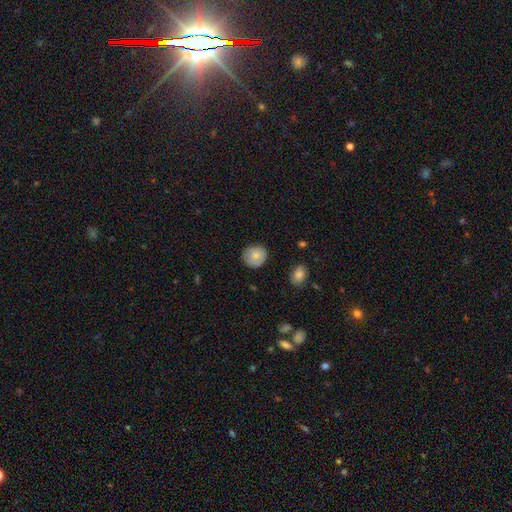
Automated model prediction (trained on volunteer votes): Smooth or featured? Predicted: smooth (p=0.81). How rounded? Predicted: round (p=0.87). Merging? Predicted: none (p=0.80).